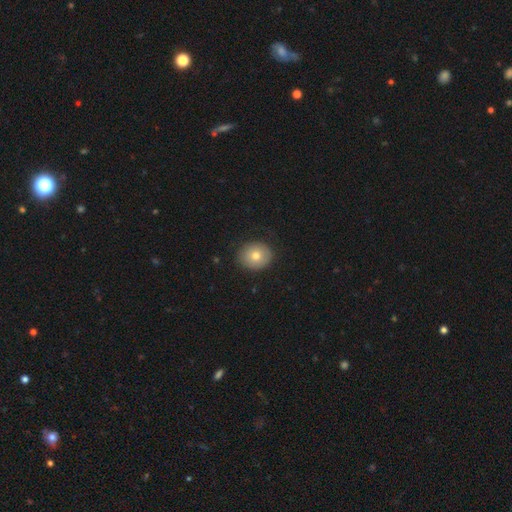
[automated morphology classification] Smooth or featured: smooth — 75% (featured or disk — 16%)
How rounded: round — 77% (in between — 22%)
Merging: none — 85% (minor disturbance — 11%)